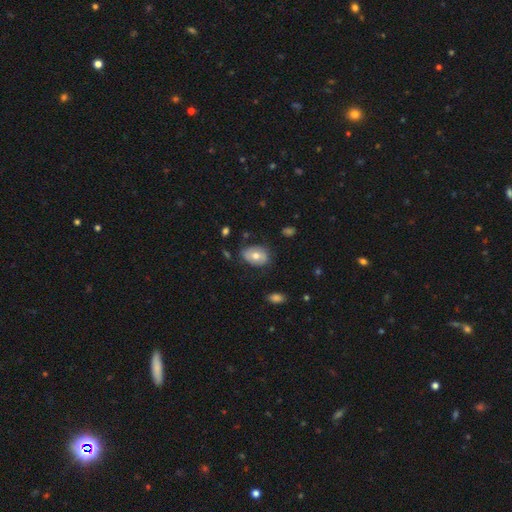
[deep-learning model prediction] The model was most divided on "smooth or featured": smooth: 63%, featured or disk: 30%, star or artifact: 7%. More confident: how rounded — in between (79%); merging — none (70%).